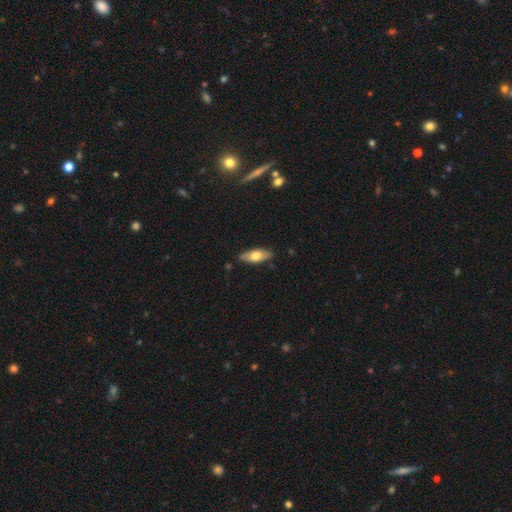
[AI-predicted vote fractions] Smooth or featured? smooth (65%)
How rounded? in between (72%)
Merging? none (84%)